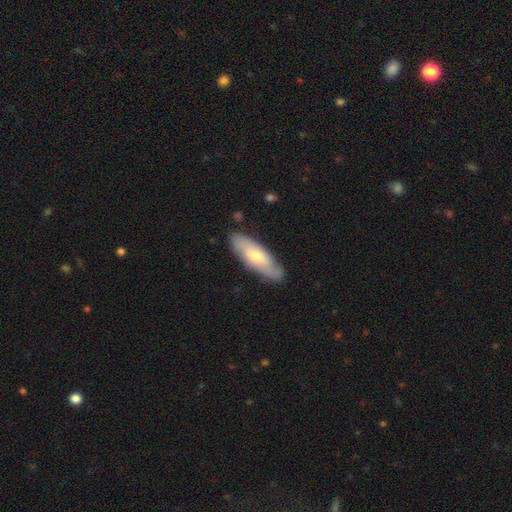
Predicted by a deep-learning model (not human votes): A smooth galaxy with no disk features (55%) that is in between round and cigar-shaped (55%). Merging: none (82%).